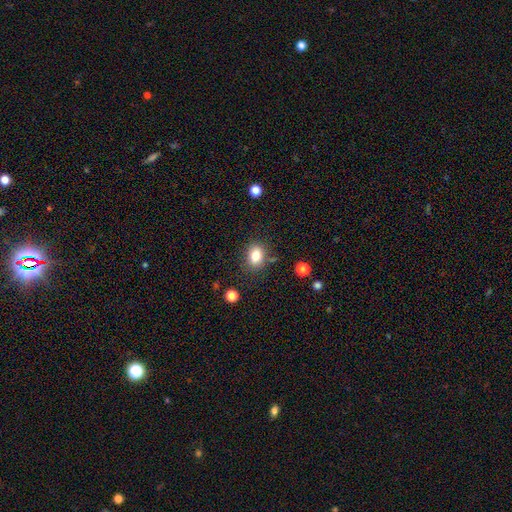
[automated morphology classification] A smooth galaxy with no disk features (81%) that is in between round and cigar-shaped (63%). Merging: none (79%).